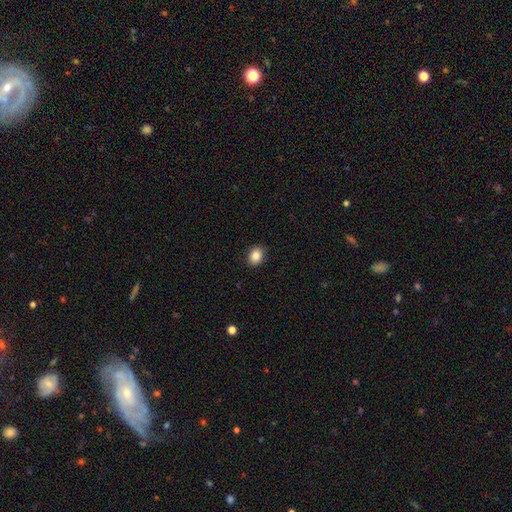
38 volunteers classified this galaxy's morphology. Volunteers were most divided on "how rounded": in between: 61%, round: 39%, cigar-shaped: 0%. More confident: merging — none (89%); smooth or featured — smooth (87%).